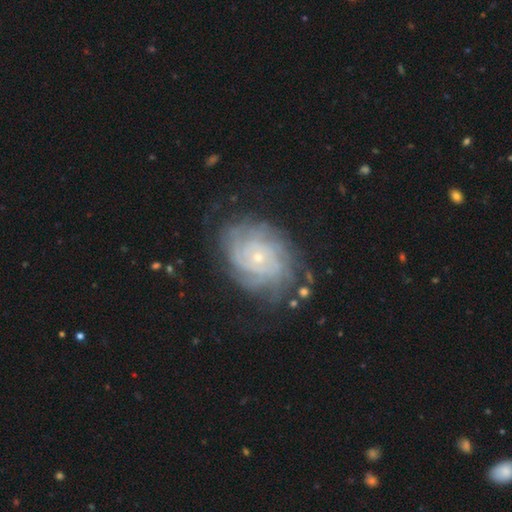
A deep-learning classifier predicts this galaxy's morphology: This appears to be a featured or disk galaxy (83%) with no bar (77%), tight (76%) spiral arms (96%) and a small central bulge (80%). Merging: none (75%).